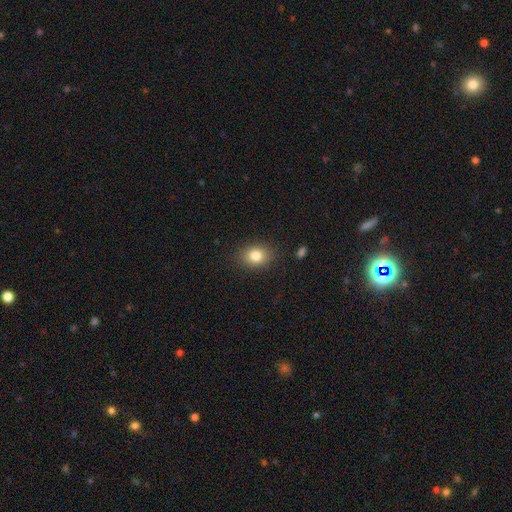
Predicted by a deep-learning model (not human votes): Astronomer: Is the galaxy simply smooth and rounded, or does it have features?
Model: smooth — 81%.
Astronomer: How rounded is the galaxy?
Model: in between — 54% (runner-up: round, 45%).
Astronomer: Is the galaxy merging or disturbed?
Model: none — 87%.